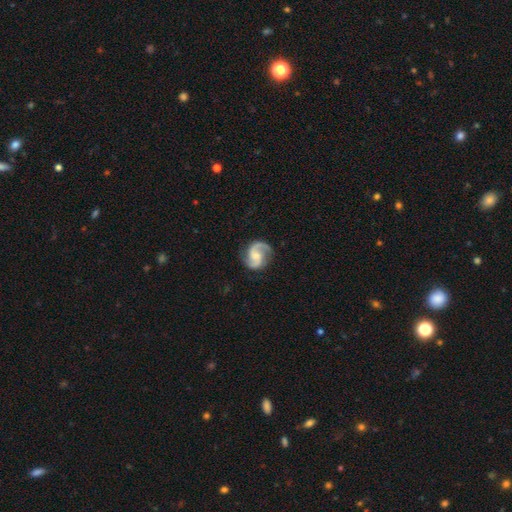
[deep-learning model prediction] Smooth or featured?
  - featured or disk: 90% *
  - smooth: 6%
  - star or artifact: 4%
Edge-on disk?
  - no: 98% *
  - yes: 2%
Bar?
  - no: 50% *
  - weak: 40%
  - strong: 10%
Spiral arms?
  - yes: 98% *
  - no: 2%
Spiral winding?
  - medium: 55% *
  - loose: 30%
  - tight: 15%
Spiral arm count?
  - 2: 93% *
  - 1: 2%
  - can't tell: 2%
  - 3: 1%
  - 4: 1%
  - more than 4: 1%
Bulge size?
  - small: 35% *
  - moderate: 34%
  - none: 24%
  - large: 6%
  - dominant: 1%
Merging?
  - none: 81% *
  - minor disturbance: 13%
  - major disturbance: 5%
  - merger: 1%